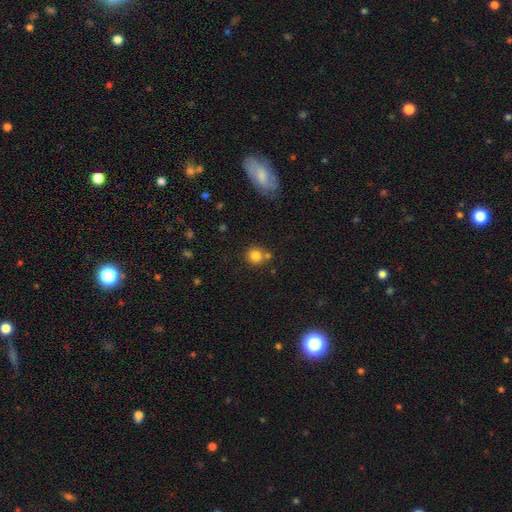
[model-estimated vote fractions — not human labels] Smooth or featured? Predicted: smooth (p=0.82). How rounded? Predicted: round (p=0.90). Merging? Predicted: none (p=0.68).